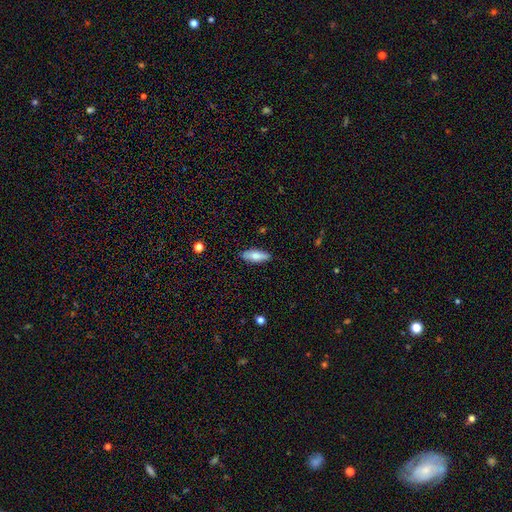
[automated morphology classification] Smooth or featured: smooth — 73% (featured or disk — 20%)
How rounded: in between — 67% (cigar-shaped — 31%)
Merging: none — 87% (minor disturbance — 10%)